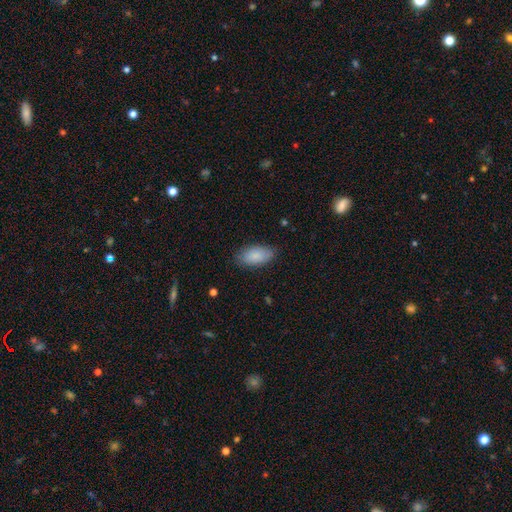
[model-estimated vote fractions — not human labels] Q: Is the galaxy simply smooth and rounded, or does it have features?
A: smooth — 86%.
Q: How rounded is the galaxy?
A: in between — 93%.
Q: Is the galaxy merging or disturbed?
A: none — 80%.